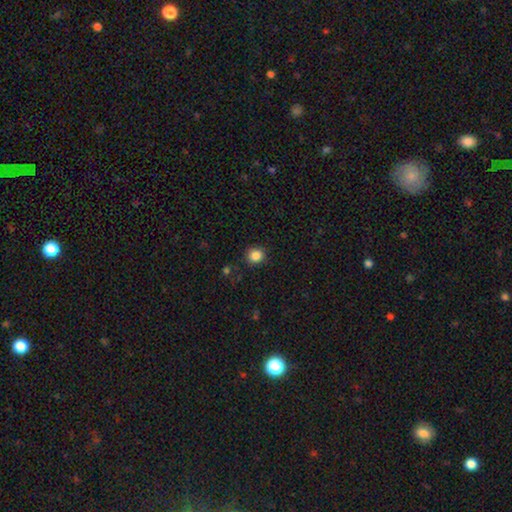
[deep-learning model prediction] Morphology: type=smooth (86%); roundness=round (88%); merging=none (89%).